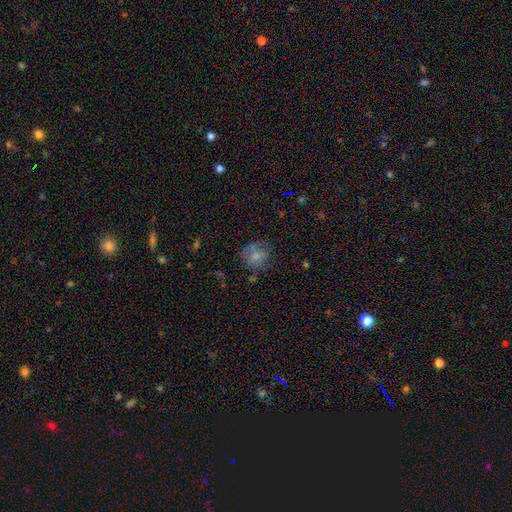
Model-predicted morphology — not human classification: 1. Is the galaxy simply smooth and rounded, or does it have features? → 68% smooth, 19% featured or disk, 13% star or artifact.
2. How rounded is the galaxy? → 76% round, 23% in between, 1% cigar-shaped.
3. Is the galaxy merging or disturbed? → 57% none, 22% minor disturbance, 16% major disturbance, 5% merger.